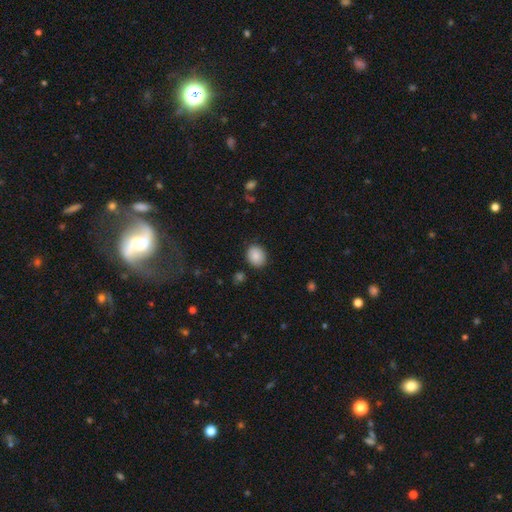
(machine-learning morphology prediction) Q: Smooth or featured?
A: smooth (87%); runner-up: star or artifact (8%)
Q: How rounded?
A: round (52%); runner-up: in between (47%)
Q: Merging?
A: none (86%); runner-up: minor disturbance (10%)